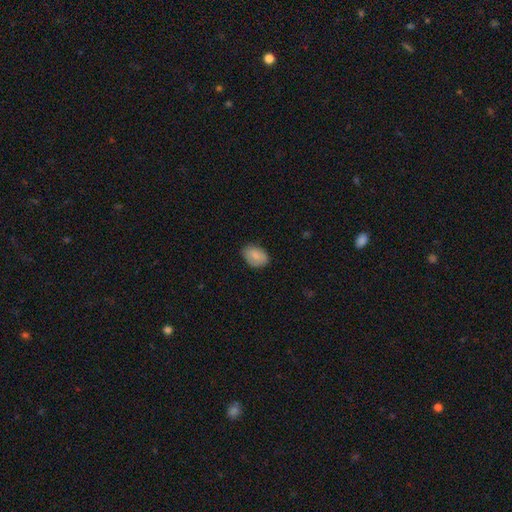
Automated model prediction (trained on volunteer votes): A smooth galaxy with no disk features (86%) that is in between round and cigar-shaped (80%). Merging: none (77%).